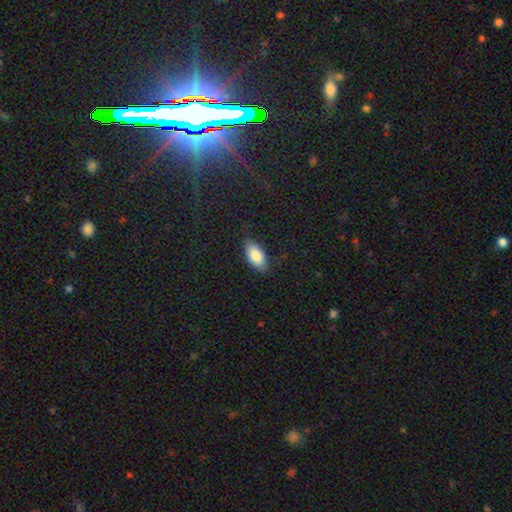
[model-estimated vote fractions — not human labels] This is clearly a smooth galaxy (84%). How rounded: clearly in between (91%). Merging: clearly none (83%).